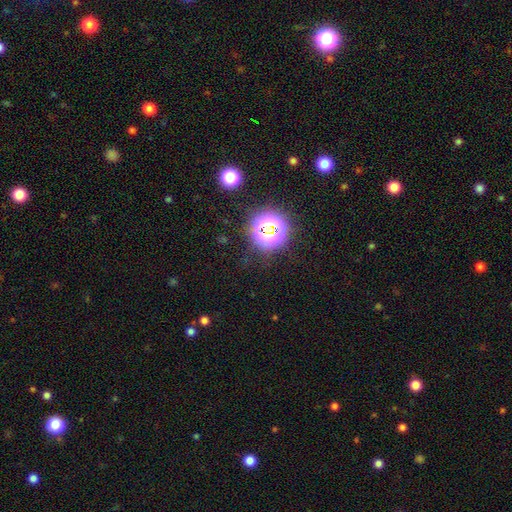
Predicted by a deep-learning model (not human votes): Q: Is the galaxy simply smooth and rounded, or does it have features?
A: star or artifact — 79%.